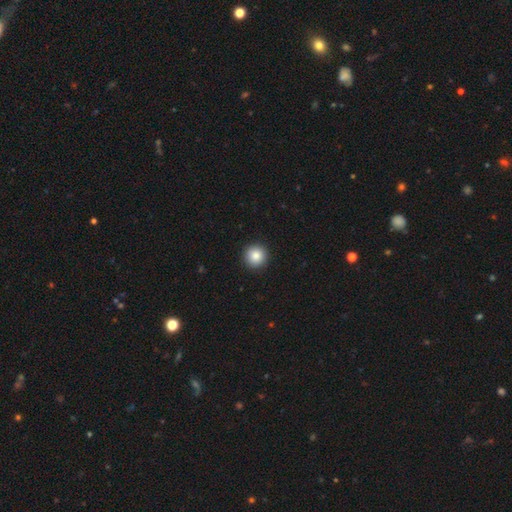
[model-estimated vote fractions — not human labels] A smooth galaxy with no disk features (86%) that is round (96%).

Vote fractions:
- Smooth or featured? smooth: 86% / star or artifact: 9% / featured or disk: 5%
- How rounded? round: 96% / in between: 3% / cigar-shaped: 1%
- Merging? none: 93% / minor disturbance: 4% / major disturbance: 1% / merger: 1%